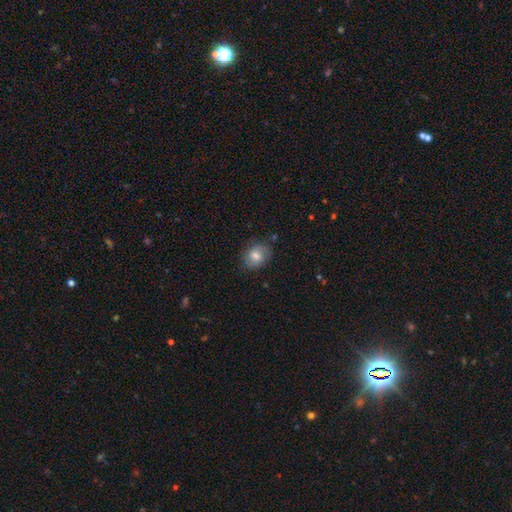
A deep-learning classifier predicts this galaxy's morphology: smooth-or-featured: smooth: 72% | featured or disk: 20% | star or artifact: 8%
  how-rounded: in between: 55% | round: 44% | cigar-shaped: 1%
  merging: none: 76% | minor disturbance: 18% | major disturbance: 4% | merger: 2%